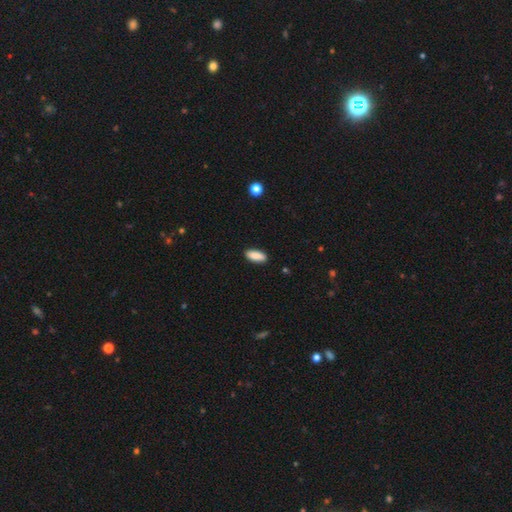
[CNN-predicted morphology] Overall: smooth (89%). How rounded: in between (81%). Merging: none (89%).